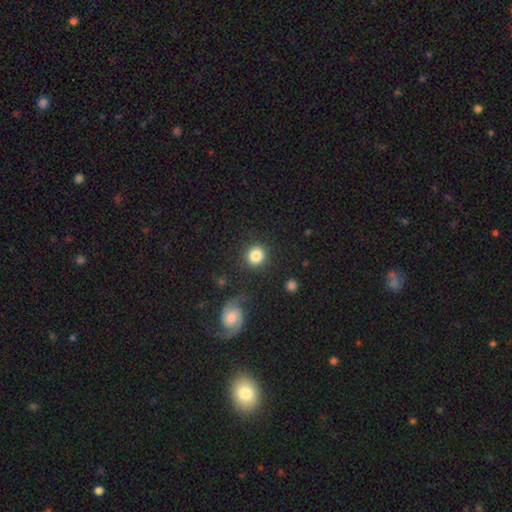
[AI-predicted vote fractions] Overall: smooth (85%). How rounded: round (89%). Merging: none (86%).